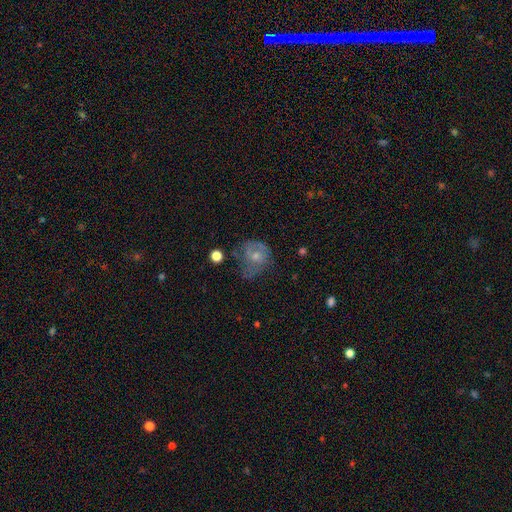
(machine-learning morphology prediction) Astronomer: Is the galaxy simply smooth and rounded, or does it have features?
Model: smooth — 49% (runner-up: featured or disk, 41%).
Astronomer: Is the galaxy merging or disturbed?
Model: none — 37% (runner-up: major disturbance, 30%).